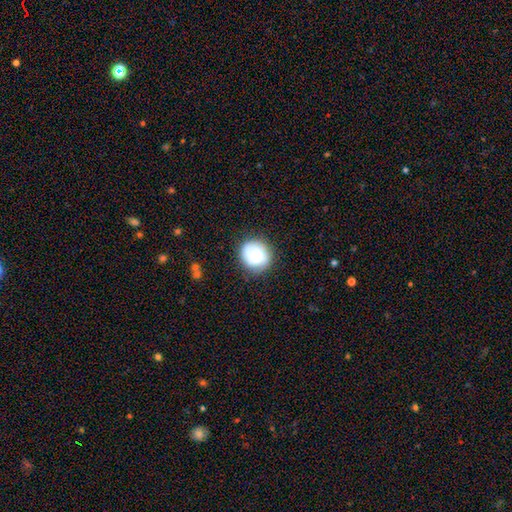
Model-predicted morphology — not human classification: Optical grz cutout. It shows a smooth galaxy with no disk features (72%) that is round (88%). Merging: none (82%).